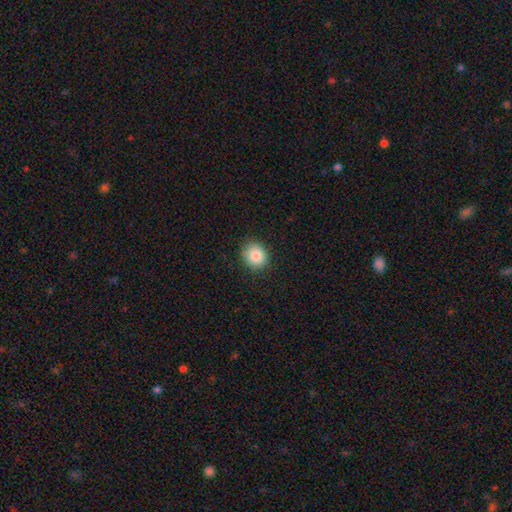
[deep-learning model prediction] Morphology: type=smooth (85%); roundness=round (81%); merging=none (88%).